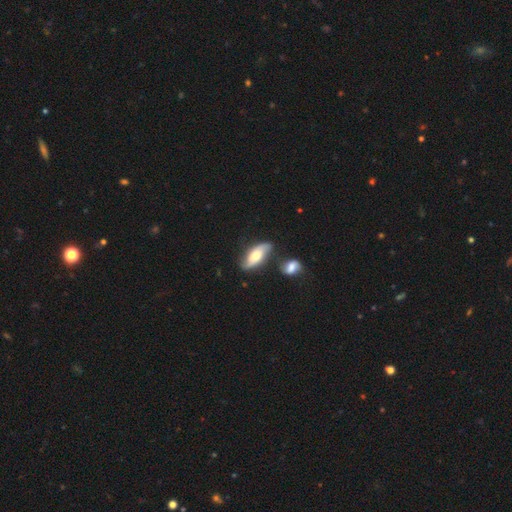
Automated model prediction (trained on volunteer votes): Smooth or featured: featured or disk — 48% (smooth — 45%)
Merging: none — 64% (minor disturbance — 19%)